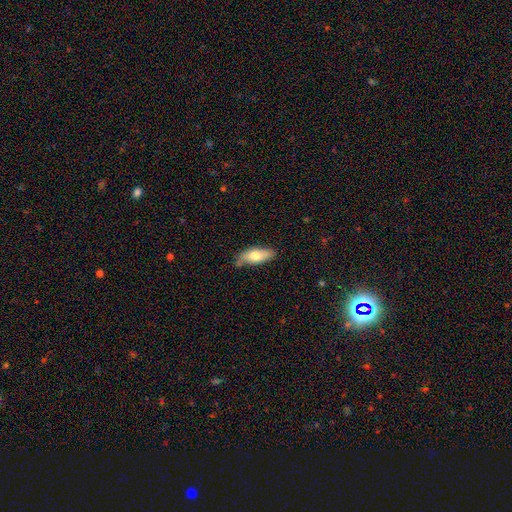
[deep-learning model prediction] A smooth galaxy with no disk features (69%) that is in between round and cigar-shaped (78%).

Vote fractions:
- Smooth or featured? smooth: 69% / featured or disk: 24% / star or artifact: 6%
- How rounded? in between: 78% / cigar-shaped: 20% / round: 3%
- Merging? none: 67% / minor disturbance: 25% / major disturbance: 4% / merger: 3%